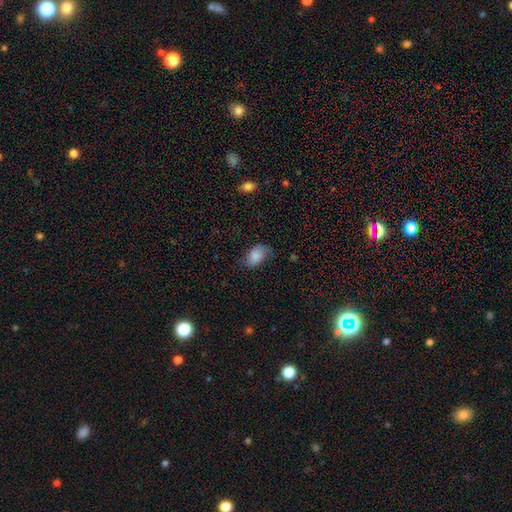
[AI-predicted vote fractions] A smooth galaxy with no disk features (76%) that is in between round and cigar-shaped (86%). Merging: none (57%).